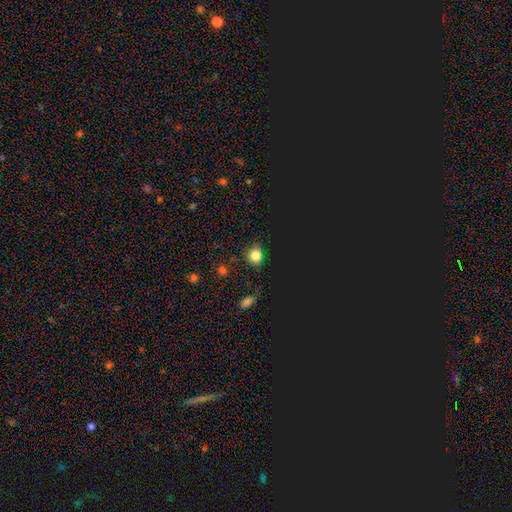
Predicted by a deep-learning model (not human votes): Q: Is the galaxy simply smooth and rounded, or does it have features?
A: smooth — 64%.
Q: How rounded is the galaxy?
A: round — 76%.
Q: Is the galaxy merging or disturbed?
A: none — 80%.